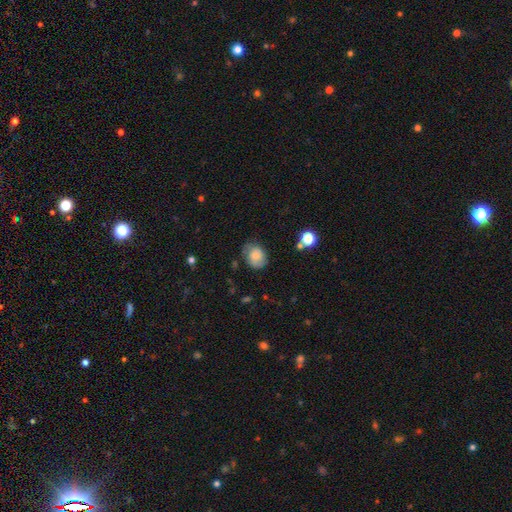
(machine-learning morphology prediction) Smooth or featured?
  - smooth: 74% *
  - featured or disk: 17%
  - star or artifact: 9%
How rounded?
  - in between: 51% *
  - round: 48%
  - cigar-shaped: 1%
Merging?
  - none: 62% *
  - minor disturbance: 28%
  - major disturbance: 8%
  - merger: 2%